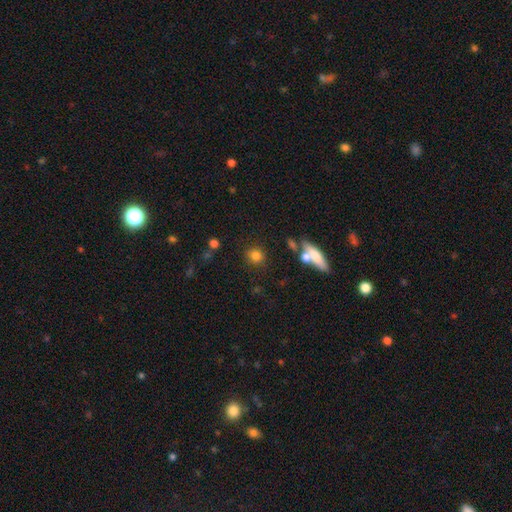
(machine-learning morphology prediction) The model was most divided on "how rounded": round: 81%, in between: 16%, cigar-shaped: 3%. More confident: smooth or featured — smooth (80%); merging — none (79%).